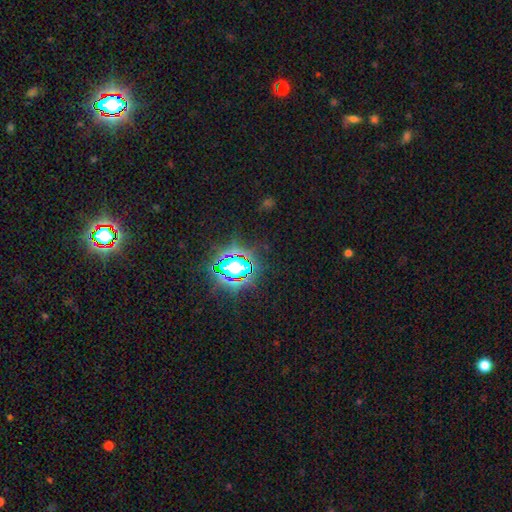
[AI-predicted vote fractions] star or artifact 83%, smooth 10%, featured or disk 7%.